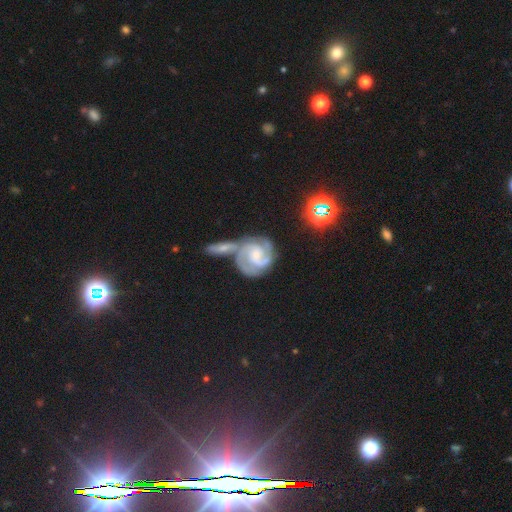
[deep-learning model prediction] smooth-or-featured: featured or disk: 85% | smooth: 10% | star or artifact: 6%
  disk-edge-on: no: 97% | yes: 3%
    bar: no: 51% | weak: 38% | strong: 11%
    has-spiral-arms: yes: 97% | no: 3%
      spiral-winding: tight: 53% | medium: 39% | loose: 8%
      spiral-arm-count: 2: 47% | 3: 28% | can't tell: 12% | 4: 5% | 1: 4% | more than 4: 3%
    bulge-size: small: 47% | moderate: 34% | none: 12% | large: 6% | dominant: 2%
  merging: merger: 40% | none: 38% | minor disturbance: 14% | major disturbance: 8%